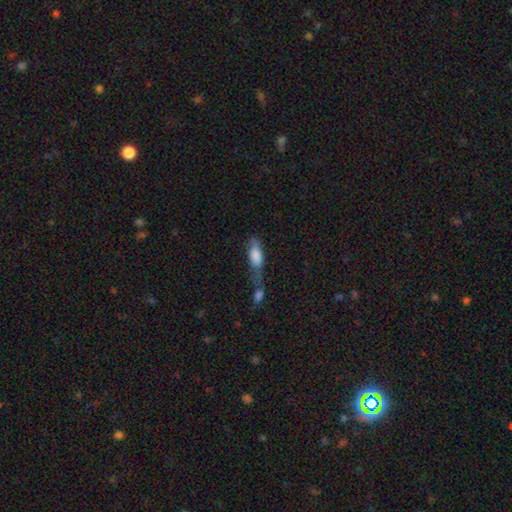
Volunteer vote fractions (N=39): Smooth or featured?
  - smooth: 74% *
  - featured or disk: 26%
  - star or artifact: 0%
How rounded?
  - in between: 48% *
  - cigar-shaped: 45%
  - round: 7%
Merging?
  - merger: 72% *
  - none: 10%
  - major disturbance: 10%
  - minor disturbance: 8%